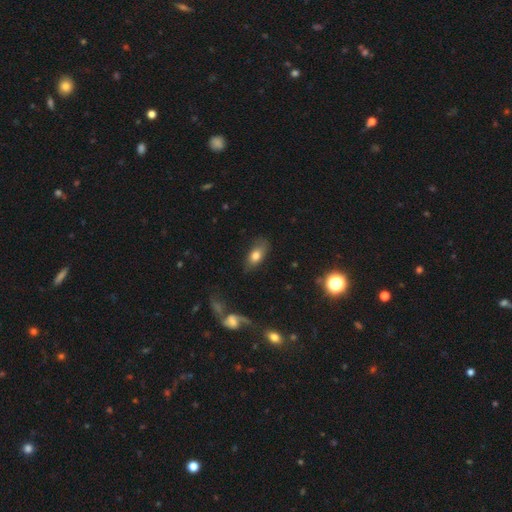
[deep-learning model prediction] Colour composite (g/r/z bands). It shows a smooth galaxy with no disk features (72%) that is in between round and cigar-shaped (86%). Merging: none (71%).